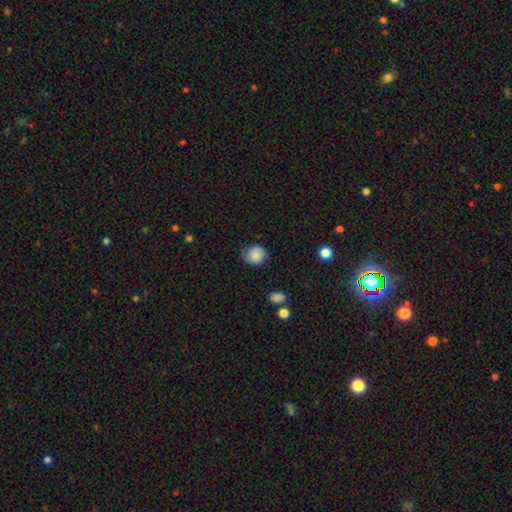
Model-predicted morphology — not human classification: Smooth or featured: smooth — 78% (featured or disk — 14%)
How rounded: round — 79% (in between — 20%)
Merging: none — 69% (minor disturbance — 23%)